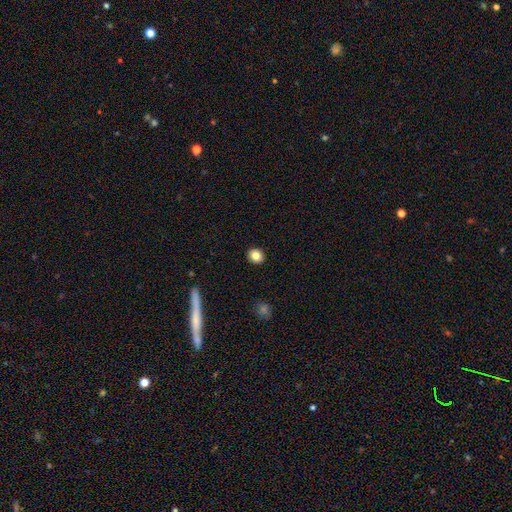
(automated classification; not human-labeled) This is clearly a smooth galaxy (83%). How rounded: clearly round (80%). Merging: clearly none (92%).